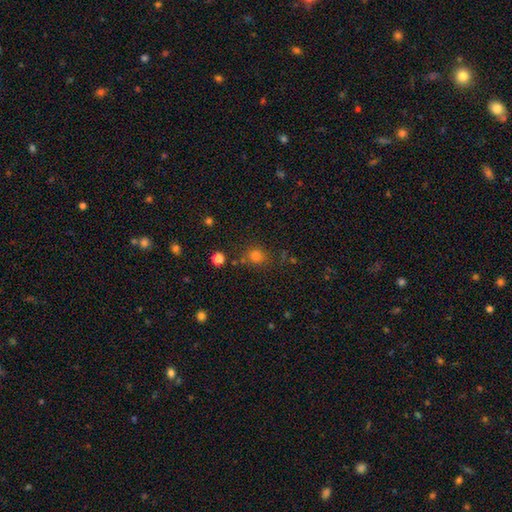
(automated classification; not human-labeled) Smooth or featured? smooth (72%)
How rounded? round (81%)
Merging? none (76%)